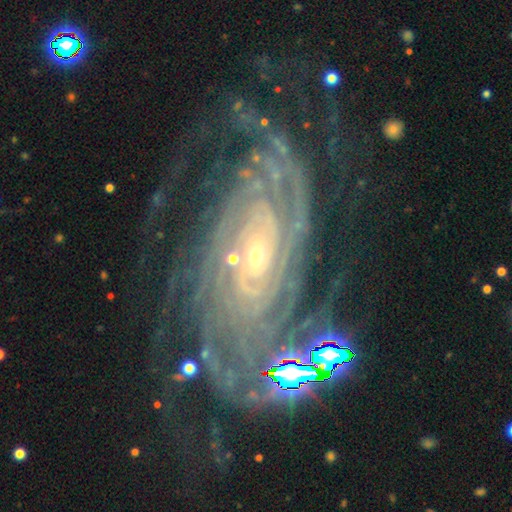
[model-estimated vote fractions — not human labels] Smooth or featured?
  - featured or disk: 86% *
  - star or artifact: 8%
  - smooth: 5%
Edge-on disk?
  - no: 94% *
  - yes: 6%
Bar?
  - no: 49% *
  - weak: 34%
  - strong: 17%
Spiral arms?
  - yes: 96% *
  - no: 4%
Spiral winding?
  - tight: 70% *
  - medium: 23%
  - loose: 6%
Spiral arm count?
  - can't tell: 36% *
  - 2: 16%
  - 4: 14%
  - 3: 14%
  - more than 4: 12%
  - 1: 8%
Bulge size?
  - small: 76% *
  - moderate: 18%
  - none: 3%
  - large: 2%
  - dominant: 1%
Merging?
  - none: 66% *
  - minor disturbance: 18%
  - major disturbance: 12%
  - merger: 5%